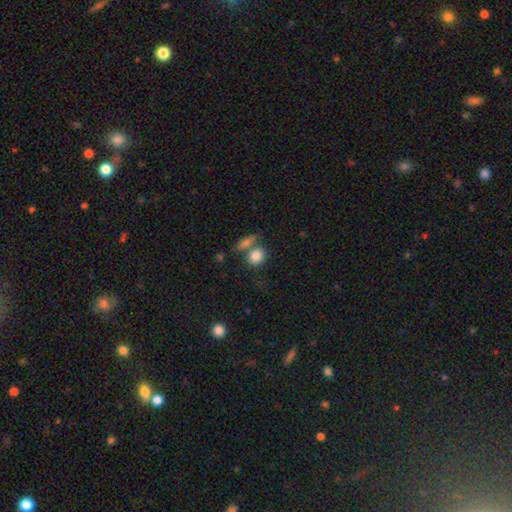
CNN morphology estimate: The model was most divided on "merging": none: 51%, merger: 32%, minor disturbance: 12%, major disturbance: 5%. More confident: smooth or featured — smooth (84%); how rounded — round (60%).